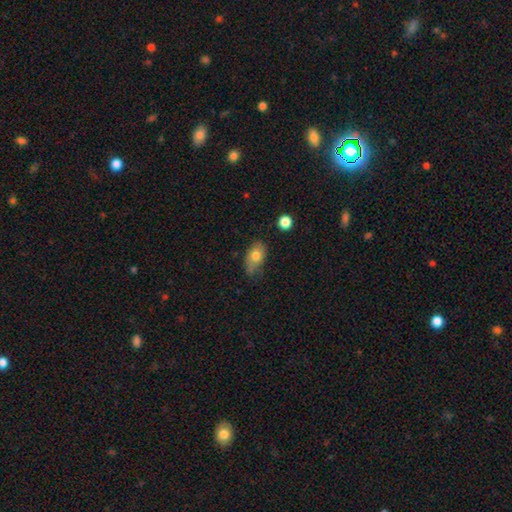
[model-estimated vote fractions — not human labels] smooth_or_featured: smooth (p=0.75) [alt: featured or disk p=0.17]
how_rounded: in between (p=0.86) [alt: round p=0.12]
merging: none (p=0.50) [alt: minor disturbance p=0.37]